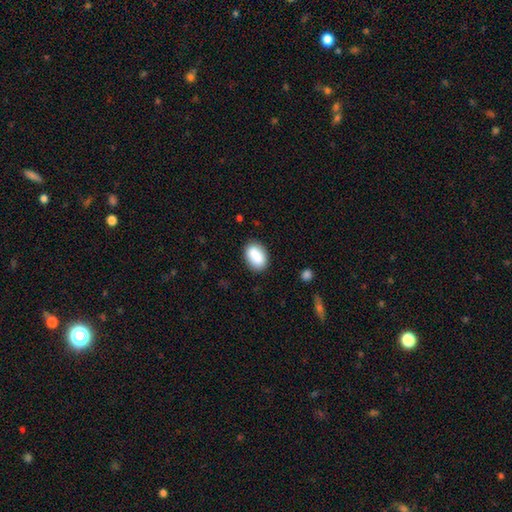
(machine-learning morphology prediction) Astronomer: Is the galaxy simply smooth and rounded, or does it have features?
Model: smooth — 88%.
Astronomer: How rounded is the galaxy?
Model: in between — 87%.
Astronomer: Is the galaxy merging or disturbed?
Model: none — 84%.